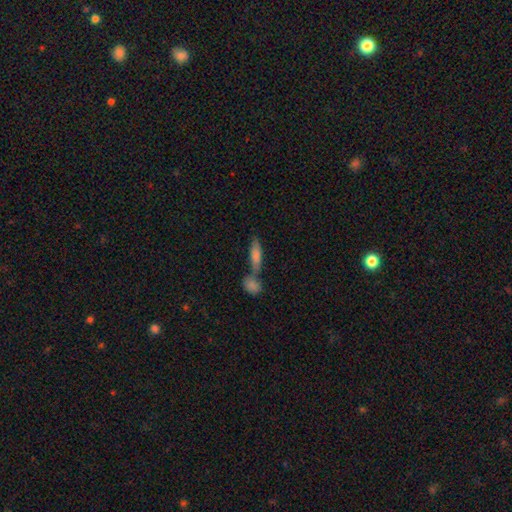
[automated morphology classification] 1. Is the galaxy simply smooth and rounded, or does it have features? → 71% smooth, 20% featured or disk, 9% star or artifact.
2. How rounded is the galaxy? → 55% cigar-shaped, 41% in between, 4% round.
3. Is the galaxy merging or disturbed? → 47% merger, 41% none, 9% minor disturbance, 4% major disturbance.